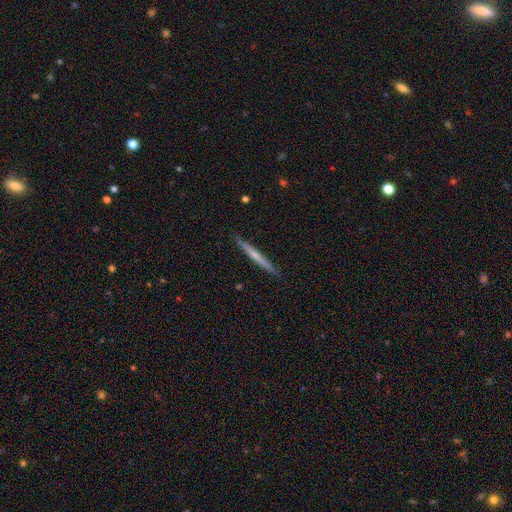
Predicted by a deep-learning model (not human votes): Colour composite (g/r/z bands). It shows a featured or disk galaxy (52%) viewed edge-on (98%) with no central bulge (68%). Merging: none (92%).